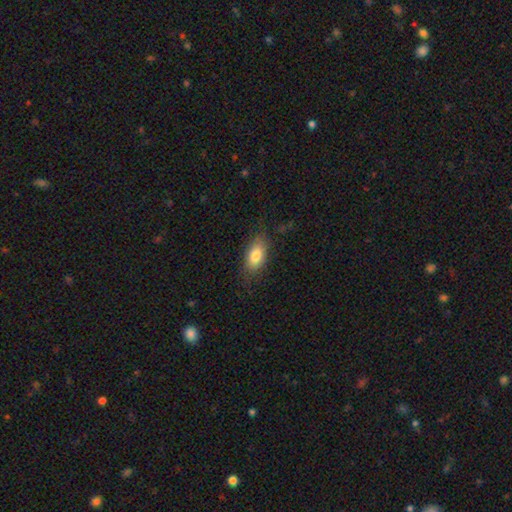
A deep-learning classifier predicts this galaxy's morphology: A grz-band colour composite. It shows a smooth galaxy with no disk features (80%) that is in between round and cigar-shaped (88%). Merging: none (75%).